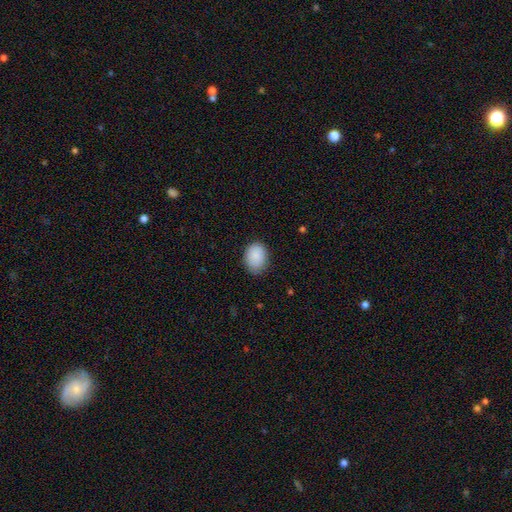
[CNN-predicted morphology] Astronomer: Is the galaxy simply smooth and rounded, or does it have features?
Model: smooth — 88%.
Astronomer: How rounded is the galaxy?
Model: in between — 66%.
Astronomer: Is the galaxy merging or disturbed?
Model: none — 77%.